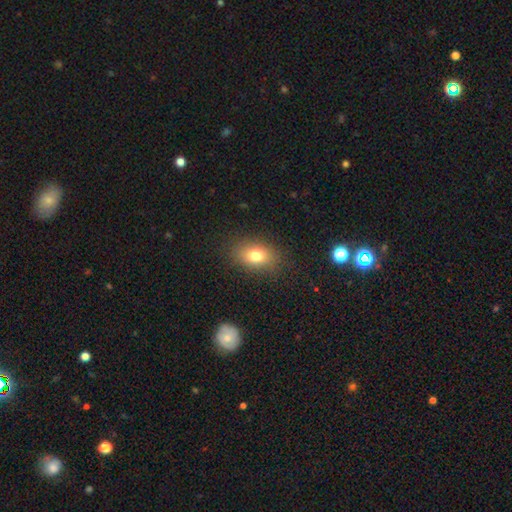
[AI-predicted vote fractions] Smooth or featured? smooth (79%)
How rounded? in between (79%)
Merging? none (85%)